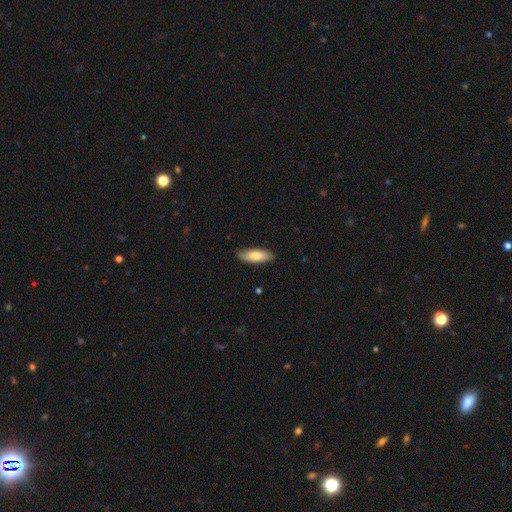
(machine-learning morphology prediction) A smooth galaxy with no disk features (72%) that is in between round and cigar-shaped (64%). Merging: none (84%).